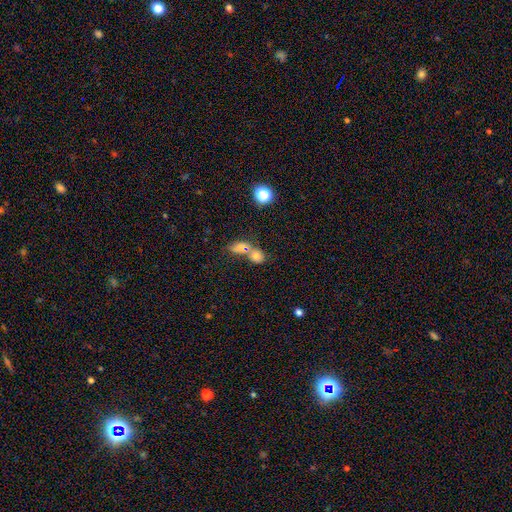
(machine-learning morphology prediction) The model was most divided on "how rounded": round: 51%, in between: 46%, cigar-shaped: 3%. More confident: smooth or featured — smooth (72%); merging — merger (57%).